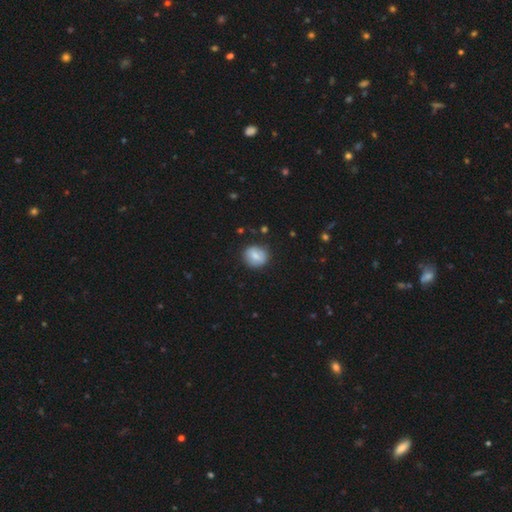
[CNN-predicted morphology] Smooth or featured: smooth — 73% (featured or disk — 19%)
How rounded: round — 75% (in between — 24%)
Merging: none — 83% (minor disturbance — 12%)